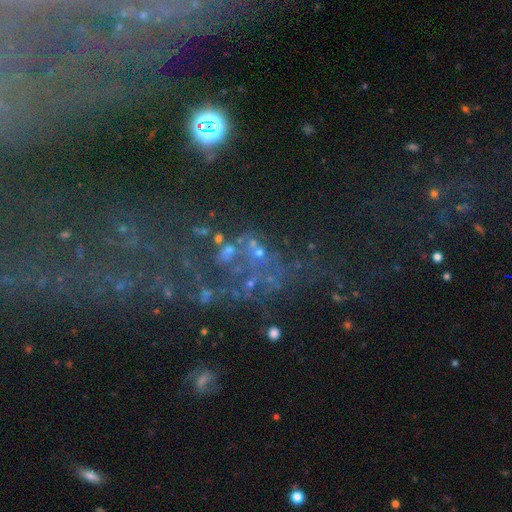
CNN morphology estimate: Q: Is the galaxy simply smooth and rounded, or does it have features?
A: featured or disk — 44%.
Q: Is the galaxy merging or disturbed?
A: none — 36%.